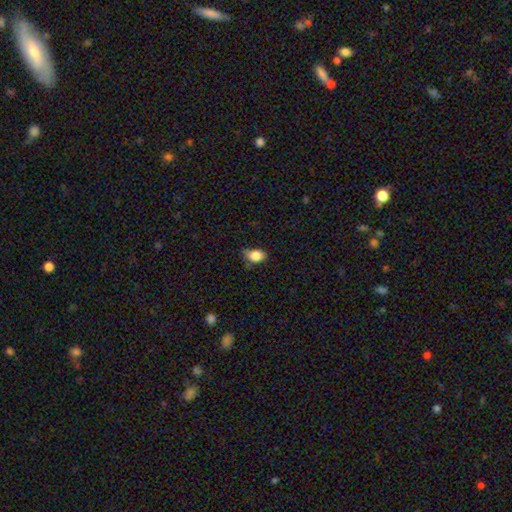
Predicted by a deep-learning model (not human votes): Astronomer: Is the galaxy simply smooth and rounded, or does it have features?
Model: smooth — 84%.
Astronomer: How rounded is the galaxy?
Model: in between — 77%.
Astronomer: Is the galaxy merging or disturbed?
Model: none — 54% (runner-up: minor disturbance, 36%).